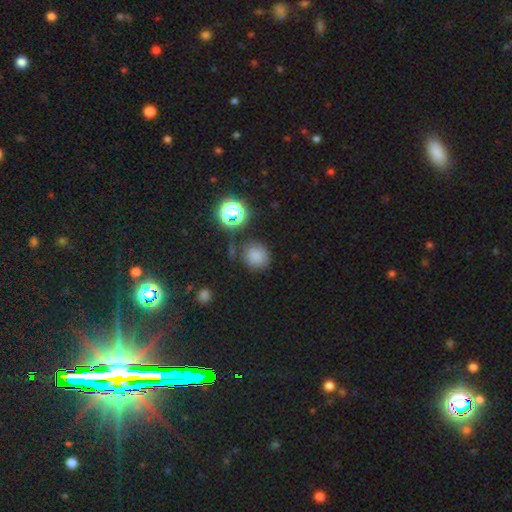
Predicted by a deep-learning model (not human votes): smooth_or_featured: smooth (p=0.74) [alt: star or artifact p=0.19]
how_rounded: round (p=0.84) [alt: in between p=0.15]
merging: none (p=0.76) [alt: minor disturbance p=0.13]